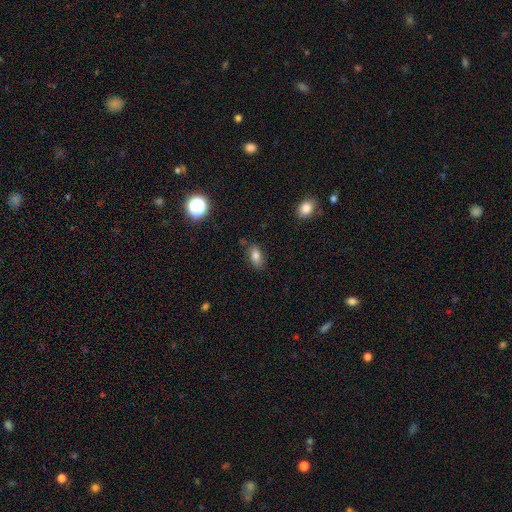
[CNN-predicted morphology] smooth_or_featured: smooth (p=0.78) [alt: star or artifact p=0.11]
how_rounded: in between (p=0.87) [alt: round p=0.08]
merging: none (p=0.79) [alt: minor disturbance p=0.15]